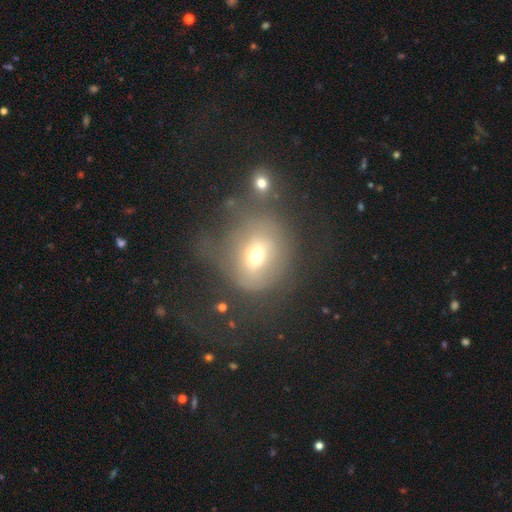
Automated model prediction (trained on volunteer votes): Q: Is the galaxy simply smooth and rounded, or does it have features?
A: smooth — 56%.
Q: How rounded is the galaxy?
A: round — 68%.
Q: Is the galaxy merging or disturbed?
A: major disturbance — 37%.